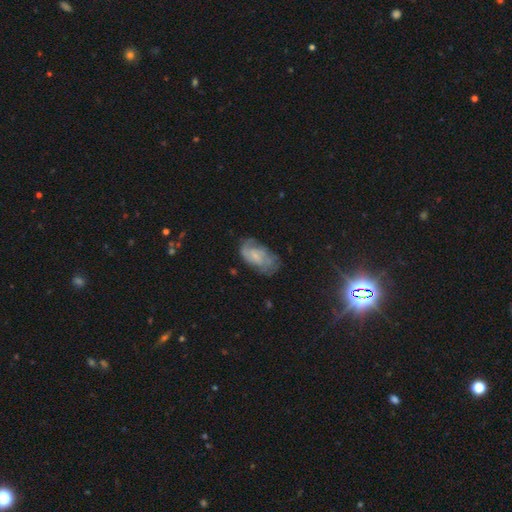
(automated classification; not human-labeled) A featured or disk galaxy (52%). Merging: none (53%).